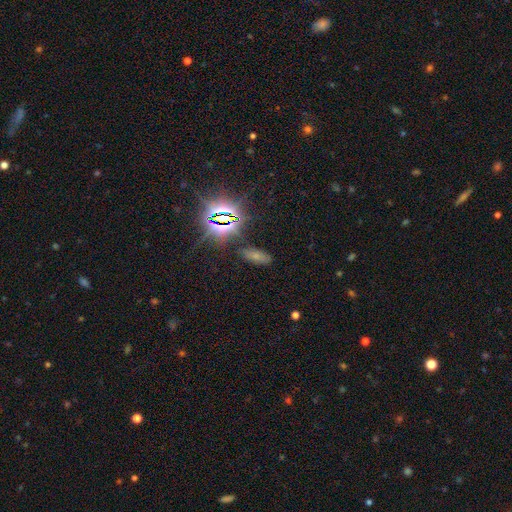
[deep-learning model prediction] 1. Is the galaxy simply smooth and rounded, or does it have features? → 53% smooth, 35% star or artifact, 12% featured or disk.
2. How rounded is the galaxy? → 75% in between, 20% cigar-shaped, 4% round.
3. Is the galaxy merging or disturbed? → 80% none, 13% minor disturbance, 4% major disturbance, 3% merger.